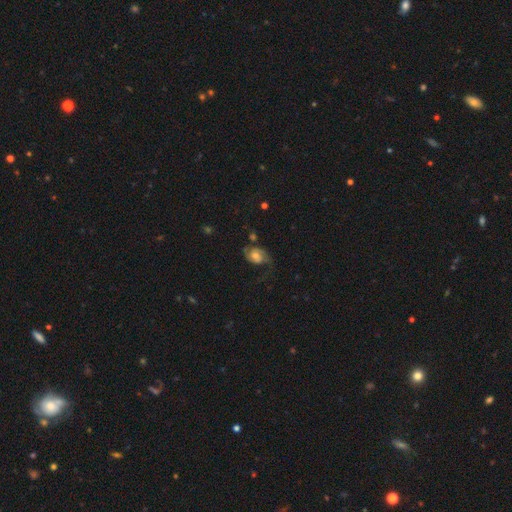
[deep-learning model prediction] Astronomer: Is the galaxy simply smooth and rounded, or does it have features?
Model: featured or disk — 65%.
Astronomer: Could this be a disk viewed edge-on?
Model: no — 97%.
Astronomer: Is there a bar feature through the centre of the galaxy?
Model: no — 63%.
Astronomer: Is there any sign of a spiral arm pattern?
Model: yes — 88%.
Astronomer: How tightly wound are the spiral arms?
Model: medium — 41% (runner-up: loose, 40%).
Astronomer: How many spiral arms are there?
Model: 2 — 81%.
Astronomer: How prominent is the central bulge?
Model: moderate — 59%.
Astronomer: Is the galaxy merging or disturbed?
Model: none — 51%.